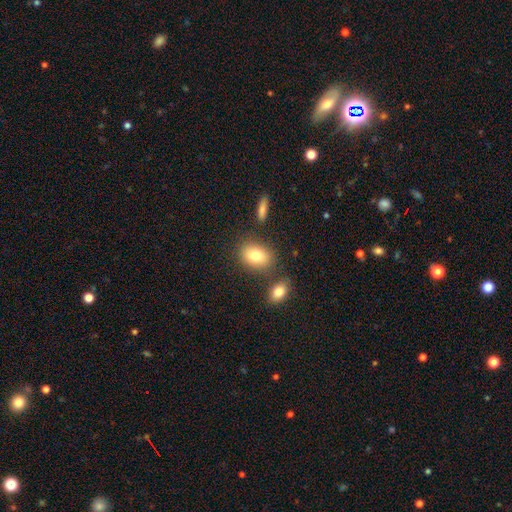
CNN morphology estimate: Q: Smooth or featured?
A: smooth (80%); runner-up: featured or disk (11%)
Q: How rounded?
A: in between (75%); runner-up: round (23%)
Q: Merging?
A: none (74%); runner-up: minor disturbance (12%)